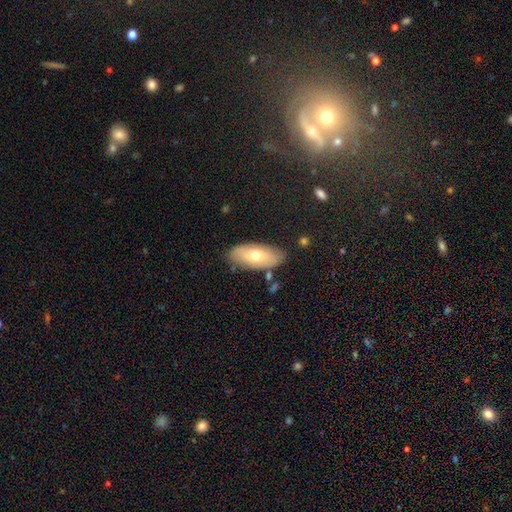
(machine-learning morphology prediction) smooth 63%, featured or disk 31%, star or artifact 7%. Down the decision tree: how rounded — in between (85%); merging — none (81%).